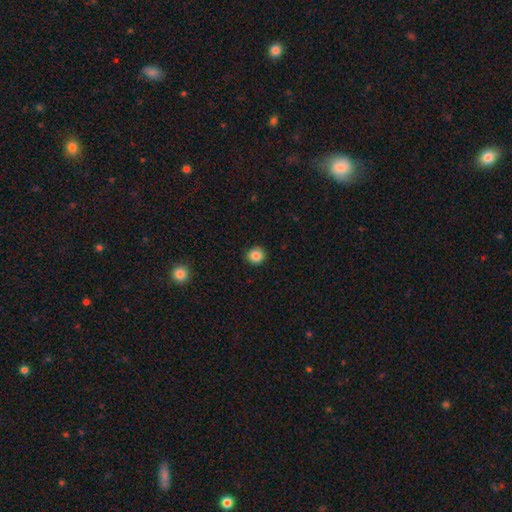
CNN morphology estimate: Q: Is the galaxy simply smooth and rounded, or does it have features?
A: smooth — 86%.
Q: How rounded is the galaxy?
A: round — 91%.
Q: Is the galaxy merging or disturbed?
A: none — 92%.